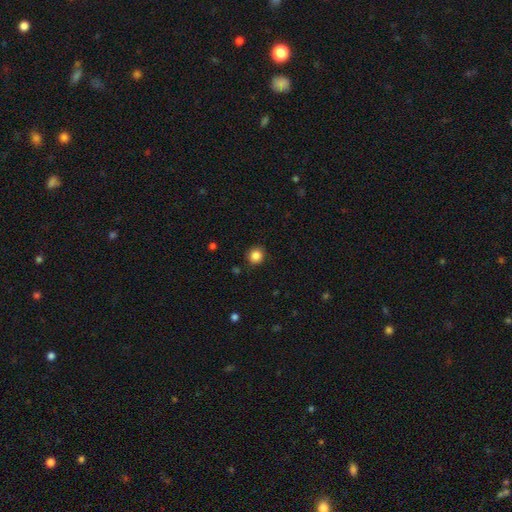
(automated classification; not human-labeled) Smooth or featured?
  - smooth: 86% *
  - star or artifact: 11%
  - featured or disk: 3%
How rounded?
  - round: 89% *
  - in between: 10%
  - cigar-shaped: 1%
Merging?
  - none: 89% *
  - minor disturbance: 7%
  - major disturbance: 2%
  - merger: 1%